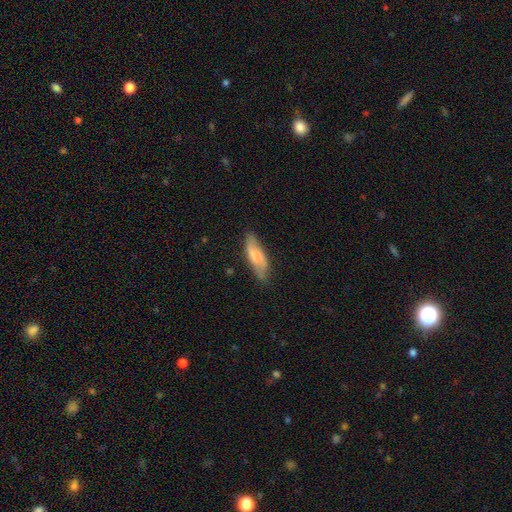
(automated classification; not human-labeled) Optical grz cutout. It shows a smooth galaxy with no disk features (60%) that is in between round and cigar-shaped (61%). Merging: none (70%).